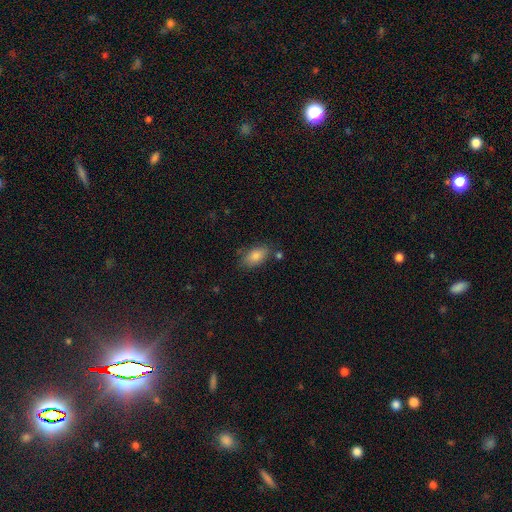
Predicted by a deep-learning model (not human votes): Smooth or featured: smooth — 82% (featured or disk — 9%)
How rounded: in between — 90% (cigar-shaped — 5%)
Merging: none — 77% (minor disturbance — 14%)